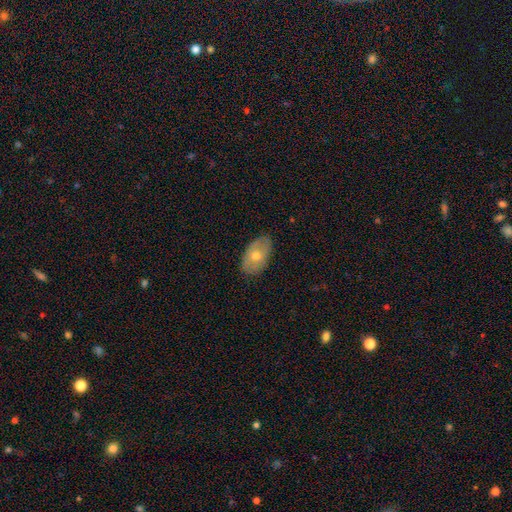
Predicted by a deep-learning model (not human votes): smooth_or_featured: smooth (p=0.60) [alt: featured or disk p=0.33]
how_rounded: in between (p=0.91) [alt: round p=0.07]
merging: none (p=0.82) [alt: minor disturbance p=0.14]